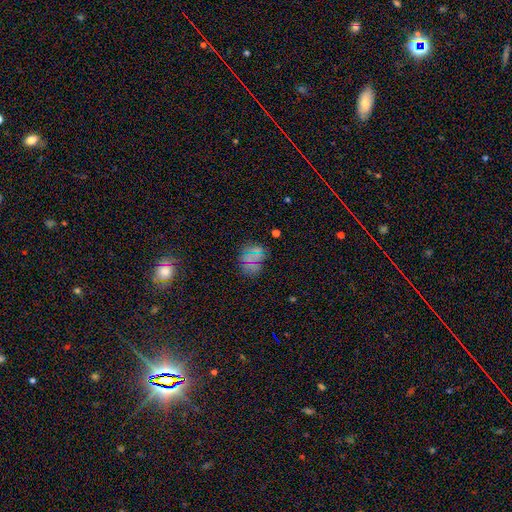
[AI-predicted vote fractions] Smooth or featured? Predicted: smooth (p=0.62). How rounded? Predicted: round (p=0.69). Merging? Predicted: none (p=0.81).